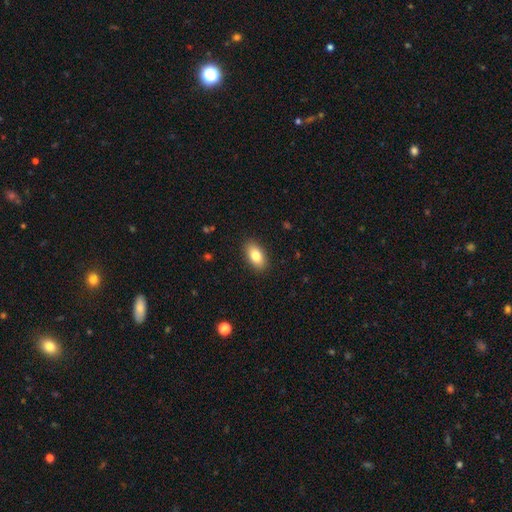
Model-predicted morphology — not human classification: smooth_or_featured: smooth (p=0.83) [alt: featured or disk p=0.10]
how_rounded: in between (p=0.91) [alt: round p=0.05]
merging: none (p=0.89) [alt: minor disturbance p=0.08]